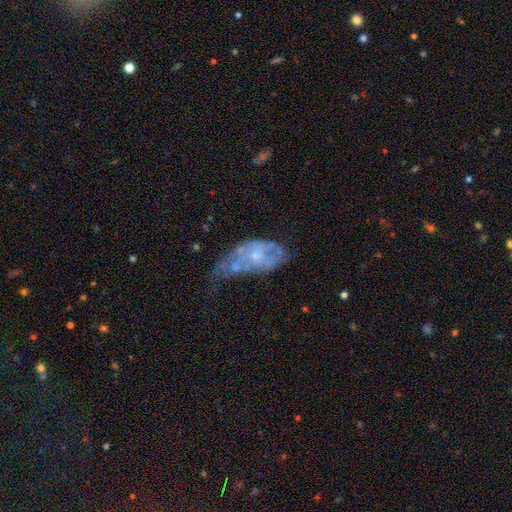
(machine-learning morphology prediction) This appears to be a featured or disk galaxy (66%) with no bar (83%), no spiral arms (62%) and a small central bulge (60%). Merging: major disturbance (34%).